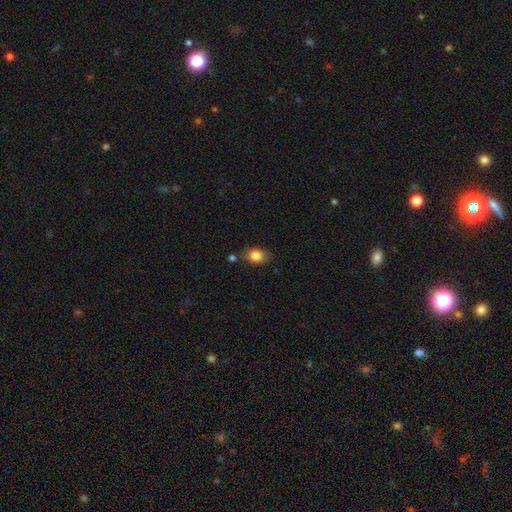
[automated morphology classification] smooth_or_featured: smooth (p=0.84) [alt: star or artifact p=0.09]
how_rounded: in between (p=0.69) [alt: round p=0.30]
merging: none (p=0.76) [alt: minor disturbance p=0.15]